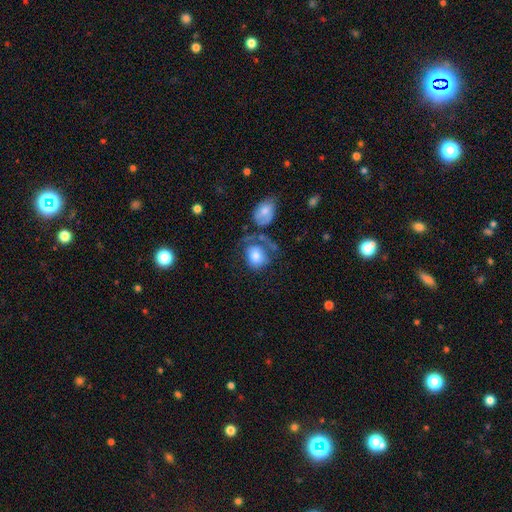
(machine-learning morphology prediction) type=smooth (72%); roundness=in between (50%); merging=none (30%).